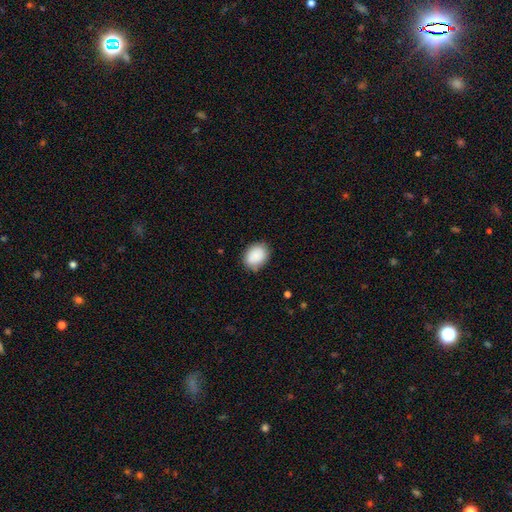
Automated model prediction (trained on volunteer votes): Smooth or featured? smooth (89%)
How rounded? in between (66%)
Merging? none (81%)